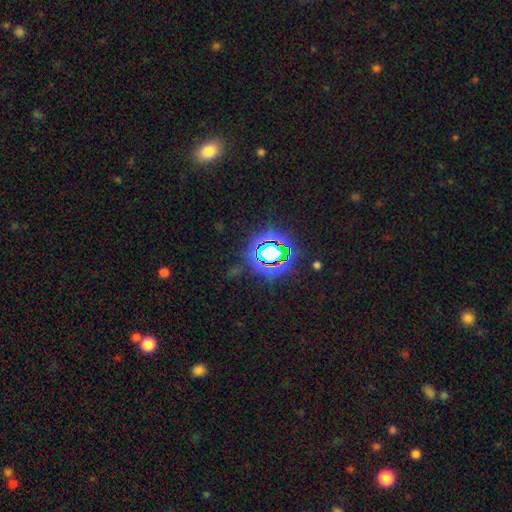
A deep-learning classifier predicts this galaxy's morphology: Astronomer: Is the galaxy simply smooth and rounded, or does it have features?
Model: star or artifact — 79%.